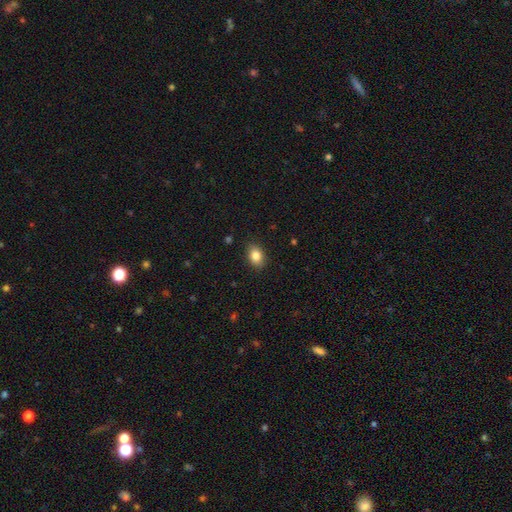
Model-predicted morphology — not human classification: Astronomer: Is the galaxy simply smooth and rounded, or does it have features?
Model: smooth — 85%.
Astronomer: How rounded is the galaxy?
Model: in between — 77%.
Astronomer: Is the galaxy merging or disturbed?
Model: none — 88%.